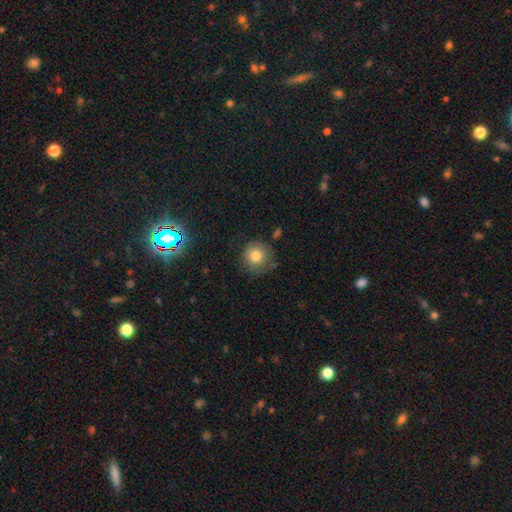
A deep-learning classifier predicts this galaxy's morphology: Q: Smooth or featured?
A: smooth (78%); runner-up: featured or disk (11%)
Q: How rounded?
A: round (93%); runner-up: in between (6%)
Q: Merging?
A: none (70%); runner-up: minor disturbance (20%)